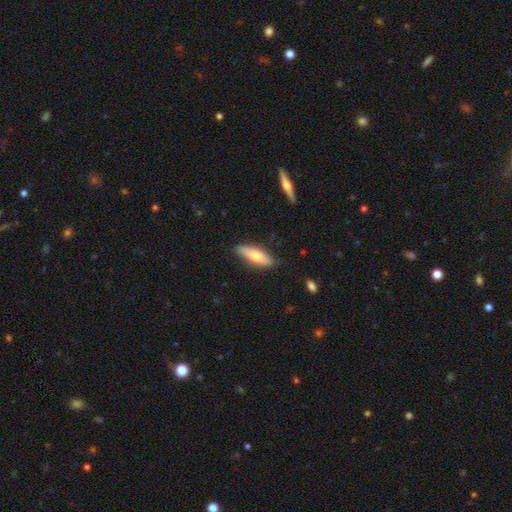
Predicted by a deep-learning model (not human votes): smooth-or-featured: smooth: 67% | featured or disk: 27% | star or artifact: 6%
  how-rounded: cigar-shaped: 54% | in between: 44% | round: 2%
  merging: none: 83% | minor disturbance: 13% | major disturbance: 2% | merger: 1%